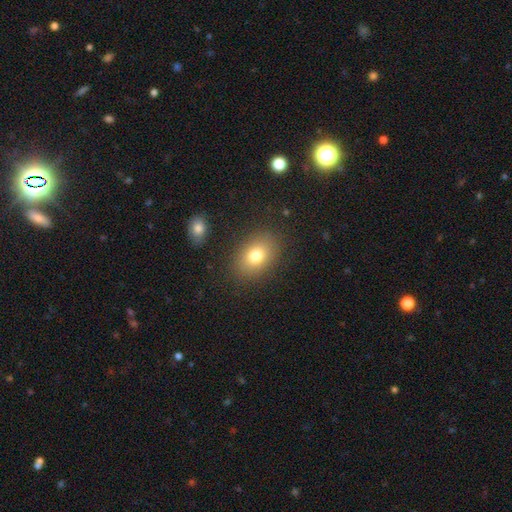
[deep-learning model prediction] Overall: smooth (77%). How rounded: in between (76%). Merging: none (85%).